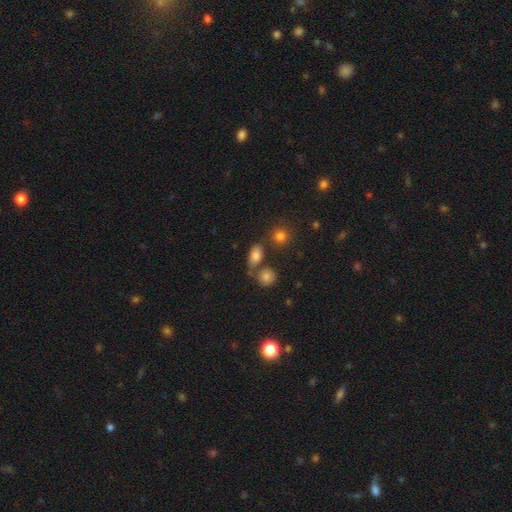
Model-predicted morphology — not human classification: The model was most divided on "merging": none: 58%, merger: 21%, minor disturbance: 15%, major disturbance: 6%. More confident: how rounded — in between (81%); smooth or featured — smooth (80%).